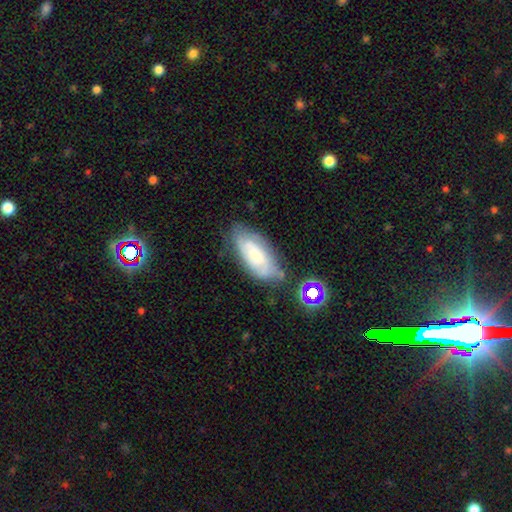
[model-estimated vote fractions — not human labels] Smooth or featured?
  - smooth: 50% *
  - featured or disk: 42%
  - star or artifact: 8%
Merging?
  - none: 58% *
  - minor disturbance: 26%
  - major disturbance: 9%
  - merger: 7%